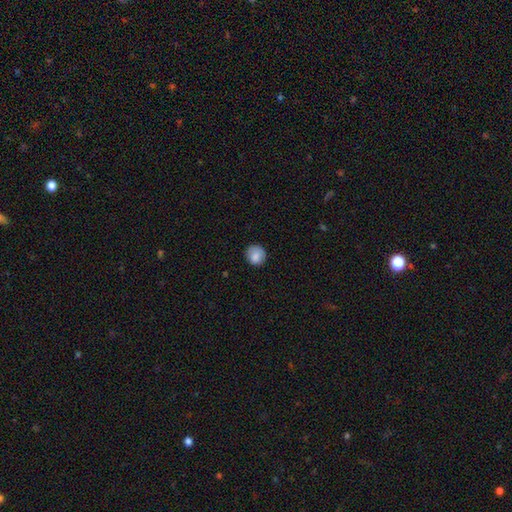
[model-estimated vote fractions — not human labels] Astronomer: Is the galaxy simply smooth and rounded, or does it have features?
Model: smooth — 84%.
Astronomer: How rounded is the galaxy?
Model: round — 88%.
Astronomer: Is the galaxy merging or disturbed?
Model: none — 78%.